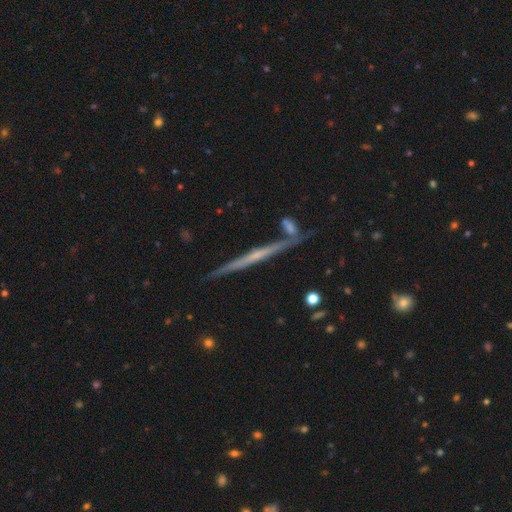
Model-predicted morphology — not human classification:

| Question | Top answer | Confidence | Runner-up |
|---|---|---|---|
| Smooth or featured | featured or disk | 70% | smooth (23%) |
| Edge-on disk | yes | 97% | no (3%) |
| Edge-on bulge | none | 62% | rounded (29%) |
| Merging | none | 81% | minor disturbance (9%) |